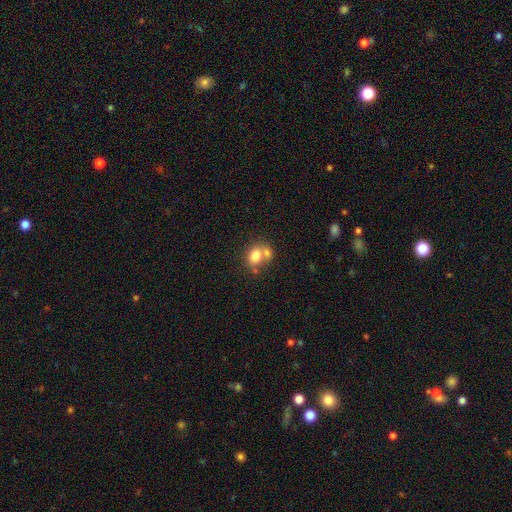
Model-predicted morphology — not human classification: A smooth galaxy with no disk features (76%) that is in between round and cigar-shaped (50%). Merging: merger (48%).